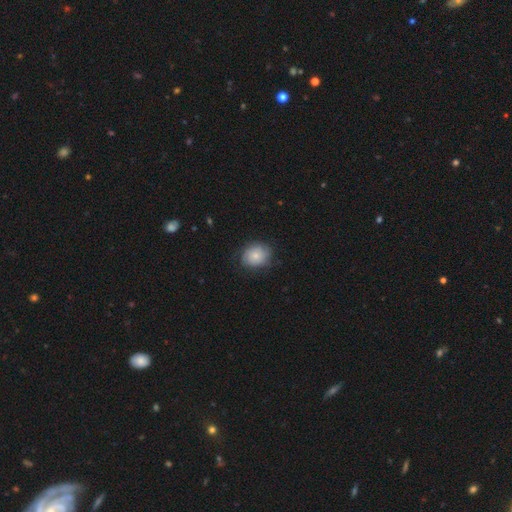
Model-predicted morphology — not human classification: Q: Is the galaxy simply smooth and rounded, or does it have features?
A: smooth — 71%.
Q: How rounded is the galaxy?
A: round — 59%.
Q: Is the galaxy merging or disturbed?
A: none — 71%.